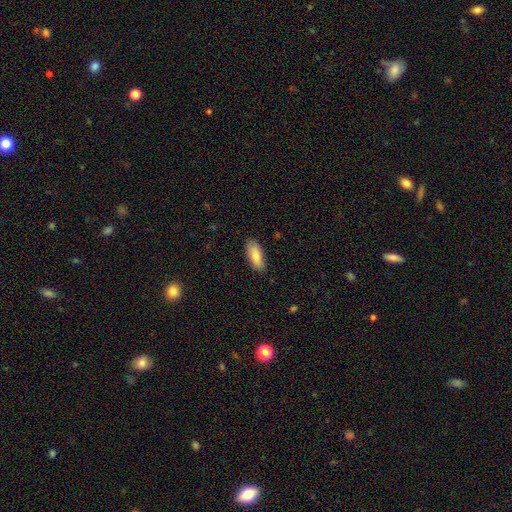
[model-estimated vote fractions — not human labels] A smooth galaxy with no disk features (83%) that is in between round and cigar-shaped (78%). Merging: none (86%).